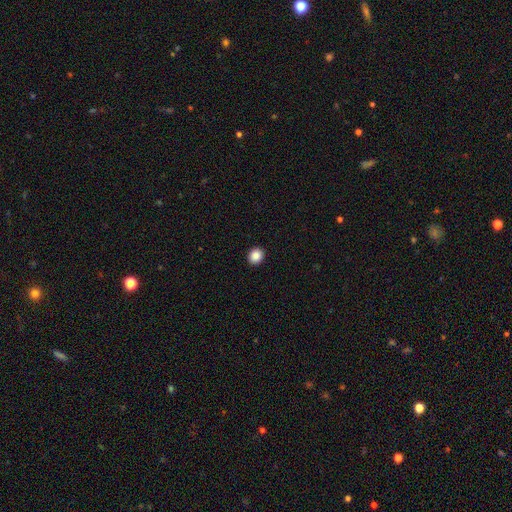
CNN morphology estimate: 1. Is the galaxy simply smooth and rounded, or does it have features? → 87% smooth, 9% star or artifact, 3% featured or disk.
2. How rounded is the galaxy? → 78% round, 22% in between, 1% cigar-shaped.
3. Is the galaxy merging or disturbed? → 93% none, 5% minor disturbance, 2% major disturbance, 1% merger.